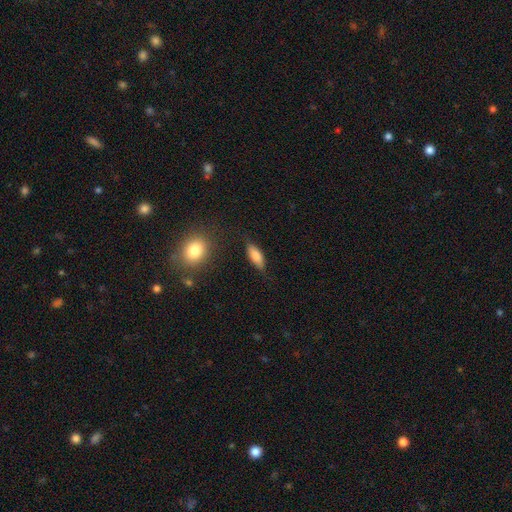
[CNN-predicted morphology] Smooth or featured?
  - smooth: 82% *
  - featured or disk: 11%
  - star or artifact: 7%
How rounded?
  - in between: 75% *
  - cigar-shaped: 22%
  - round: 3%
Merging?
  - none: 77% *
  - minor disturbance: 17%
  - major disturbance: 4%
  - merger: 2%